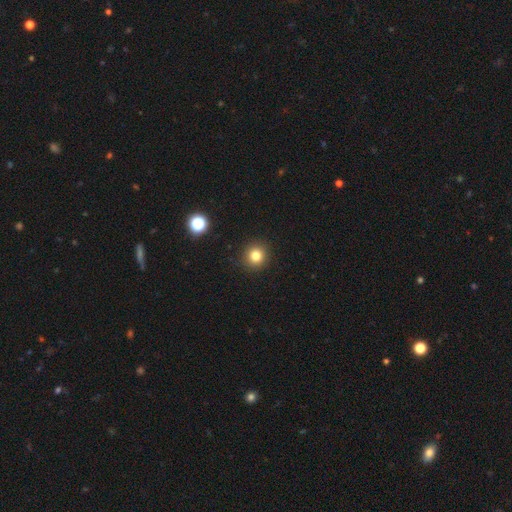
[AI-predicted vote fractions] This is clearly a smooth galaxy (80%). How rounded: clearly round (91%). Merging: clearly none (92%).